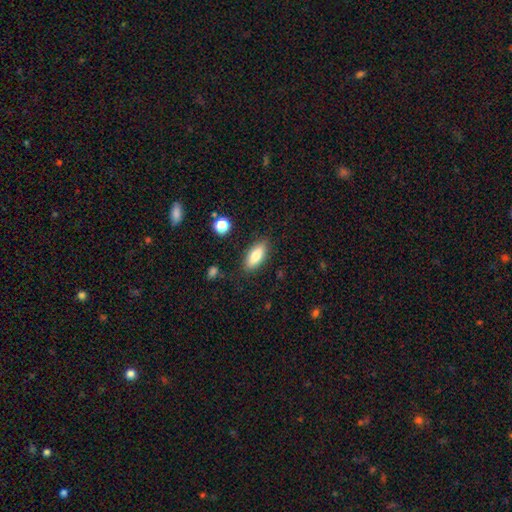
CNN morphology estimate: Smooth or featured?
  - smooth: 79% *
  - featured or disk: 14%
  - star or artifact: 7%
How rounded?
  - in between: 77% *
  - cigar-shaped: 21%
  - round: 3%
Merging?
  - none: 85% *
  - minor disturbance: 10%
  - major disturbance: 3%
  - merger: 2%